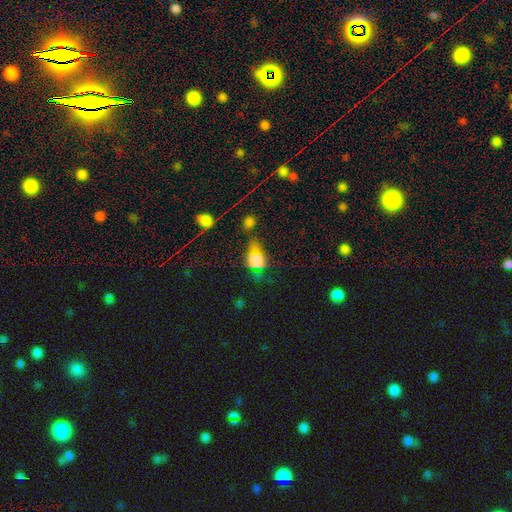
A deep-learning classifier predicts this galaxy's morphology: This is possibly a smooth galaxy (55%). How rounded: likely in between (60%). Merging: possibly none (48%).